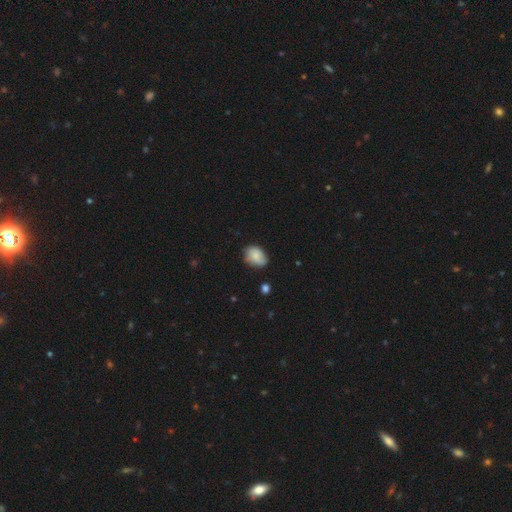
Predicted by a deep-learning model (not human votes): Smooth or featured? smooth (78%)
How rounded? in between (73%)
Merging? none (62%)